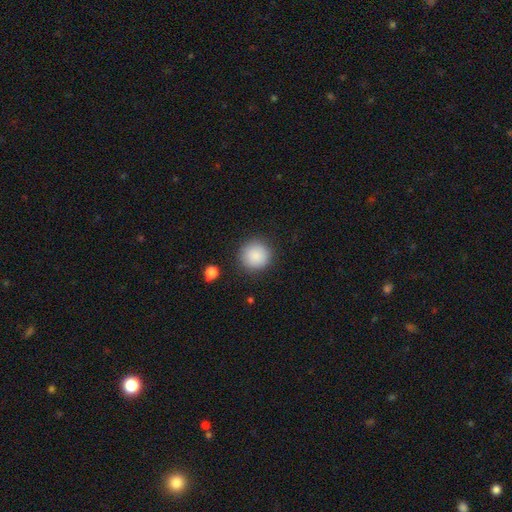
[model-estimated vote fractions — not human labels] Smooth or featured? Predicted: smooth (p=0.88). How rounded? Predicted: round (p=0.94). Merging? Predicted: none (p=0.89).